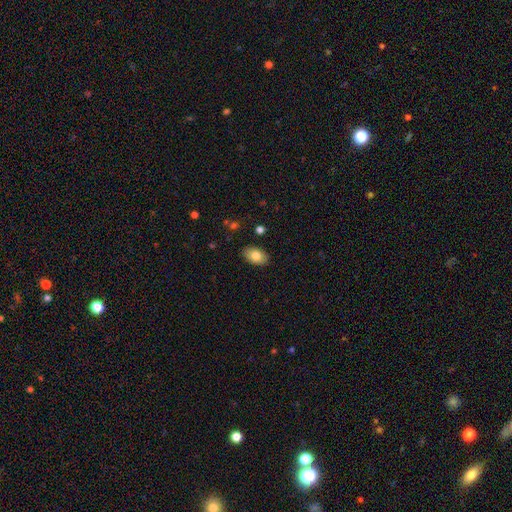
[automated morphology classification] The model was most divided on "smooth or featured": smooth: 80%, featured or disk: 13%, star or artifact: 7%. More confident: how rounded — in between (90%); merging — none (87%).